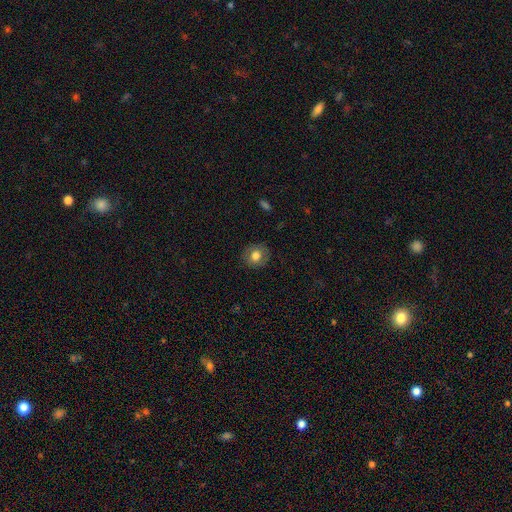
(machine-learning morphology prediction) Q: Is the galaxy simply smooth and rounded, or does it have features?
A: smooth — 74%.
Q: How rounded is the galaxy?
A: round — 77%.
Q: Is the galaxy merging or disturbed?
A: none — 86%.